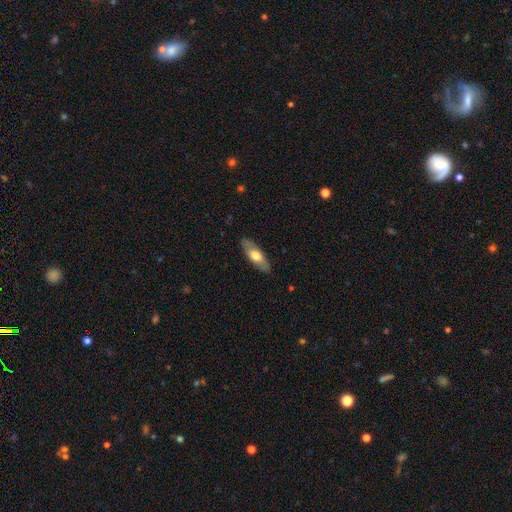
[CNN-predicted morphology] Smooth or featured? Predicted: smooth (p=0.55). How rounded? Predicted: in between (p=0.68). Merging? Predicted: none (p=0.85).